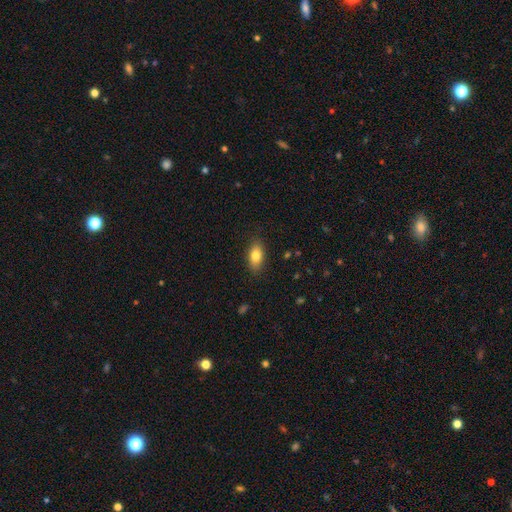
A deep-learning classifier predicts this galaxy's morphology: Overall: smooth (81%). How rounded: in between (86%). Merging: none (86%).